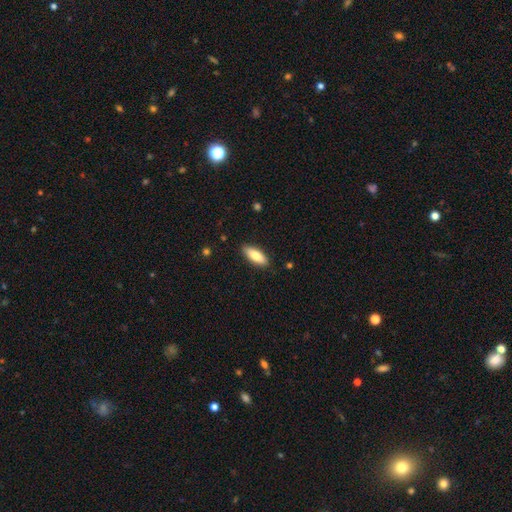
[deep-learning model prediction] smooth-or-featured: smooth: 79% | featured or disk: 15% | star or artifact: 6%
  how-rounded: in between: 70% | cigar-shaped: 28% | round: 2%
  merging: none: 88% | minor disturbance: 10% | major disturbance: 2% | merger: 1%